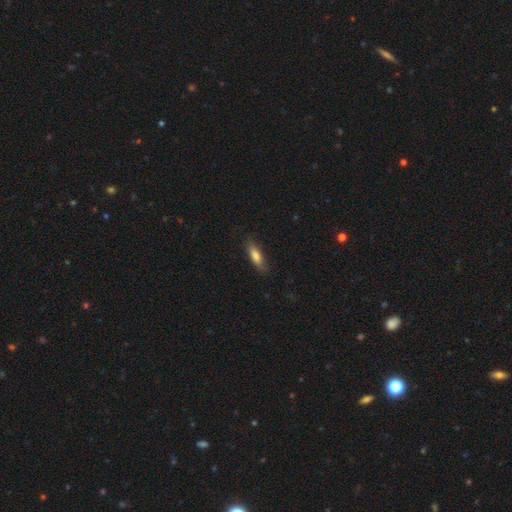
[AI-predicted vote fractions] A smooth galaxy with no disk features (76%) that is cigar-shaped (51%). Merging: none (80%).